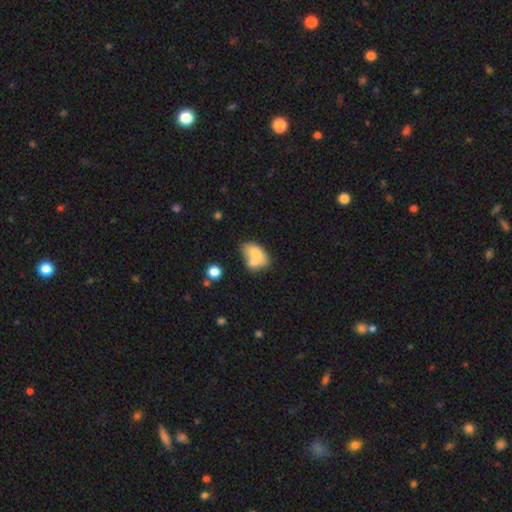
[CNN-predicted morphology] type=smooth (71%); roundness=in between (88%); merging=merger (43%).